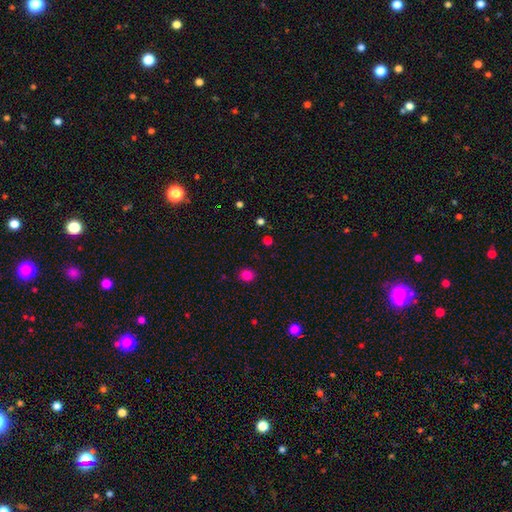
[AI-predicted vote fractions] Q: Smooth or featured?
A: smooth (79%); runner-up: star or artifact (17%)
Q: How rounded?
A: round (80%); runner-up: in between (19%)
Q: Merging?
A: none (89%); runner-up: minor disturbance (7%)